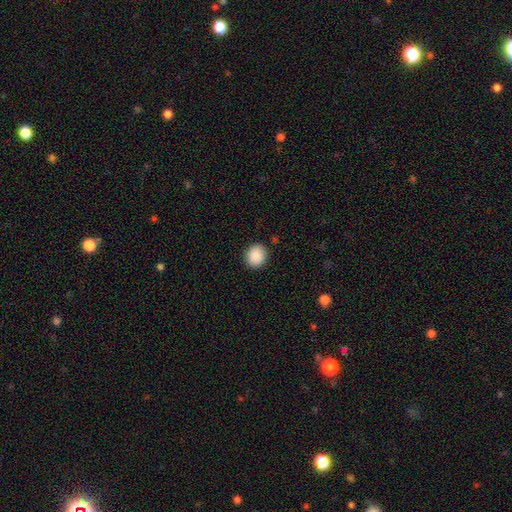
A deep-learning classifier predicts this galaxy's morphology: smooth_or_featured: smooth (p=0.89) [alt: star or artifact p=0.08]
how_rounded: round (p=0.74) [alt: in between p=0.25]
merging: none (p=0.89) [alt: minor disturbance p=0.08]